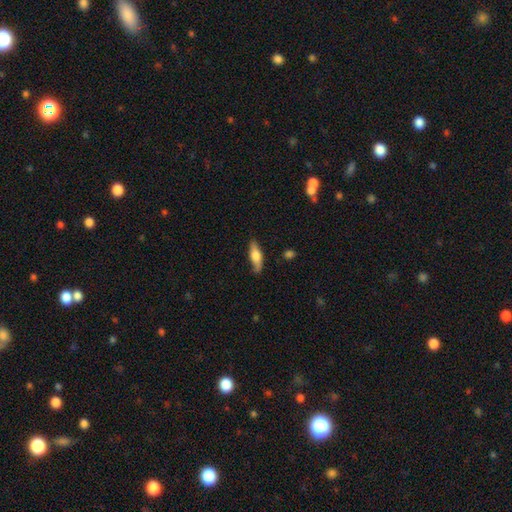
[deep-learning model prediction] This appears to be a smooth galaxy with no disk features (64%) that is in between round and cigar-shaped (49%, tied with cigar-shaped). Merging: none (78%).